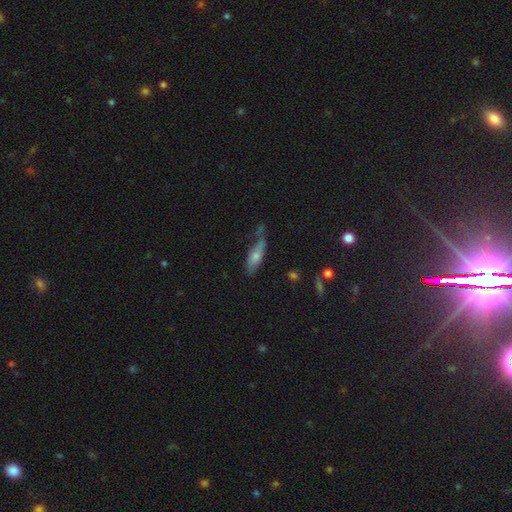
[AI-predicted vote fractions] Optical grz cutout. It shows a smooth galaxy with no disk features (66%) that is in between round and cigar-shaped (56%). Merging: none (48%).